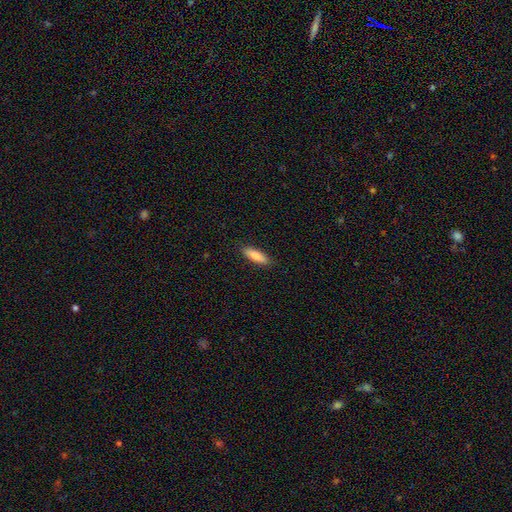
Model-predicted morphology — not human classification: A smooth galaxy with no disk features (85%) that is in between round and cigar-shaped (50%).

Vote fractions:
- Smooth or featured? smooth: 85% / featured or disk: 9% / star or artifact: 6%
- How rounded? in between: 50% / cigar-shaped: 48% / round: 2%
- Merging? none: 88% / minor disturbance: 9% / major disturbance: 2% / merger: 1%